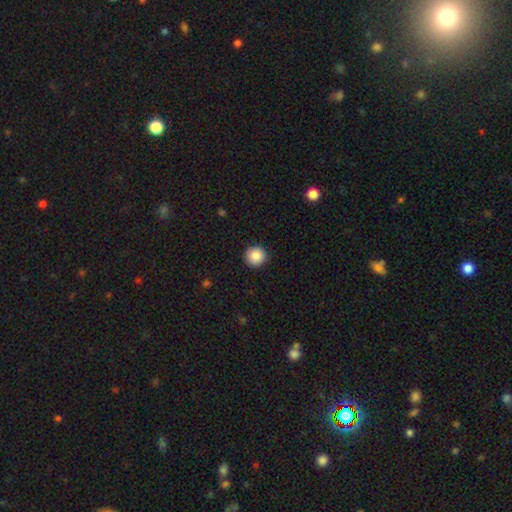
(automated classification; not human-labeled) smooth_or_featured: smooth (p=0.88) [alt: star or artifact p=0.08]
how_rounded: round (p=0.95) [alt: in between p=0.04]
merging: none (p=0.91) [alt: minor disturbance p=0.06]